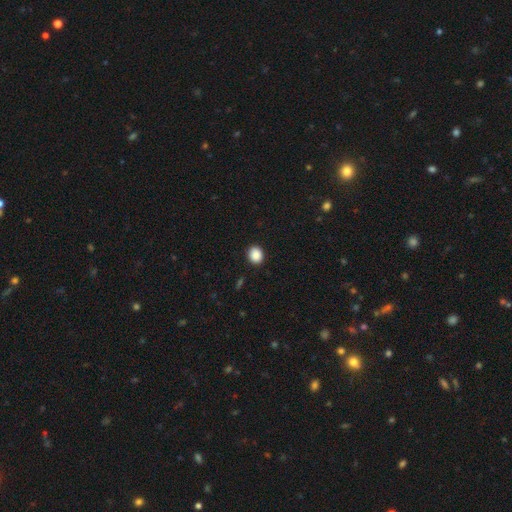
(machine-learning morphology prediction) Smooth or featured? smooth (89%)
How rounded? round (69%)
Merging? none (91%)